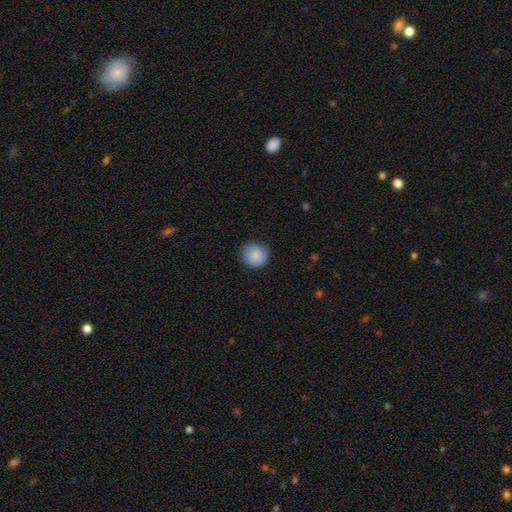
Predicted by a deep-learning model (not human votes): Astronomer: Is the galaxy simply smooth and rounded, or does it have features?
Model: smooth — 83%.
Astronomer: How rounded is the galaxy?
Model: round — 89%.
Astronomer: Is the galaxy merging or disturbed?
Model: none — 75%.